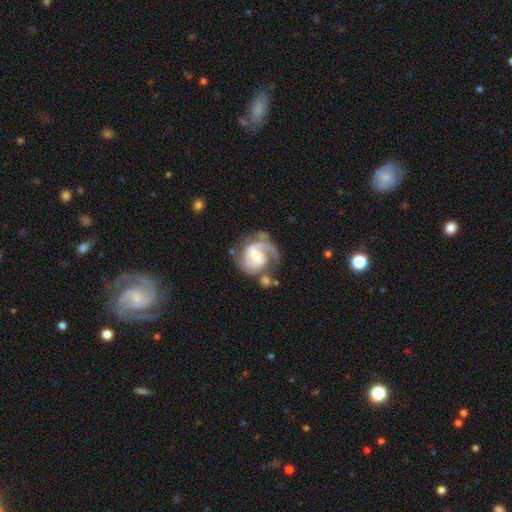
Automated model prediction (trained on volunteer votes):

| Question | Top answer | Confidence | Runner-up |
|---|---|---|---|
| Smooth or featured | featured or disk | 86% | smooth (9%) |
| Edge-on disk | no | 98% | yes (2%) |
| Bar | weak | 51% | no (25%) |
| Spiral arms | yes | 96% | no (4%) |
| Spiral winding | medium | 47% | tight (40%) |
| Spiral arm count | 2 | 73% | 1 (13%) |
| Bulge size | moderate | 49% | small (39%) |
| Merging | none | 56% | minor disturbance (19%) |